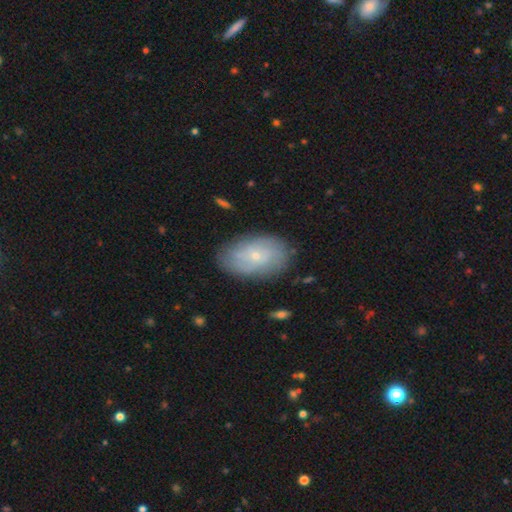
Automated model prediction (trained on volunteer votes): featured or disk 55%, smooth 37%, star or artifact 7%. Down the decision tree: edge-on disk — no (94%); bar — no (76%); spiral arms — yes (73%); bulge size — small (77%); merging — none (80%).